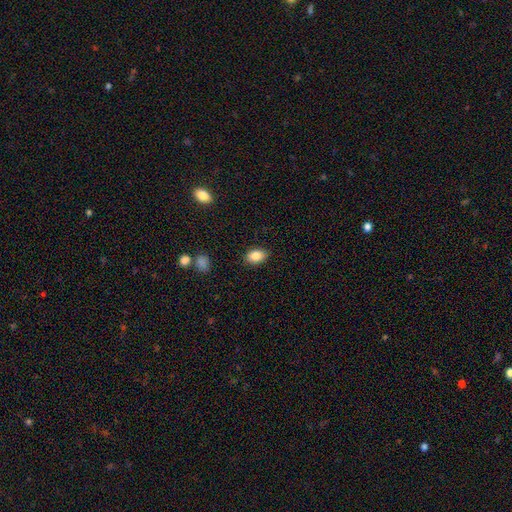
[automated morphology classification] Smooth or featured? Predicted: smooth (p=0.85). How rounded? Predicted: in between (p=0.85). Merging? Predicted: none (p=0.86).